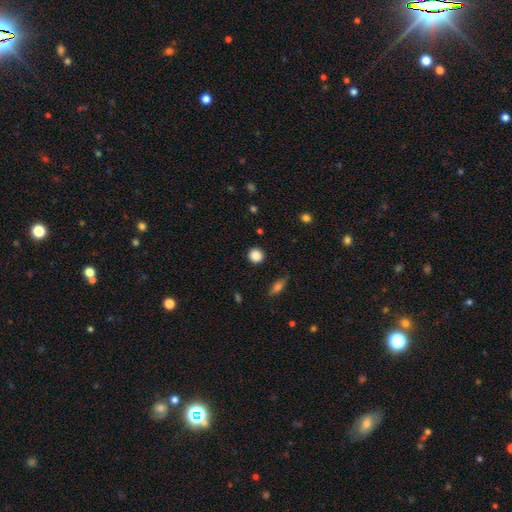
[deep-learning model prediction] This appears to be a smooth galaxy with no disk features (87%) that is round (89%). Merging: none (89%).